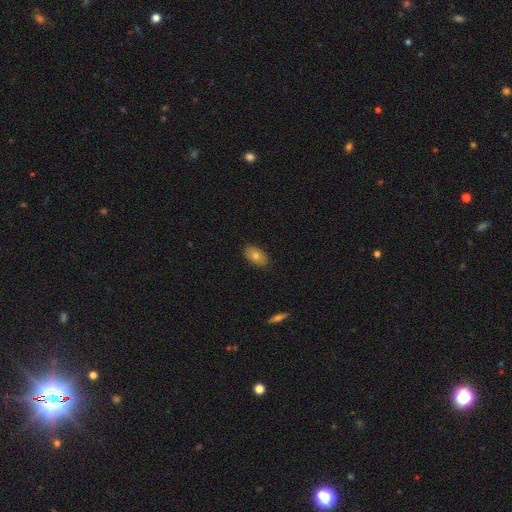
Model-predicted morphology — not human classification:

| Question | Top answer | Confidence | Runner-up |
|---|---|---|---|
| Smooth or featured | smooth | 77% | featured or disk (15%) |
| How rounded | in between | 92% | round (6%) |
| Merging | none | 87% | minor disturbance (10%) |